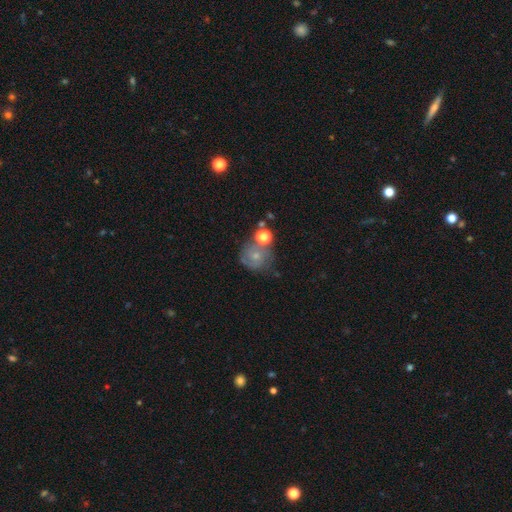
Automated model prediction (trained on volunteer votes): Overall: smooth (48%; featured or disk 40%). Merging: none (51%; minor disturbance 20%).